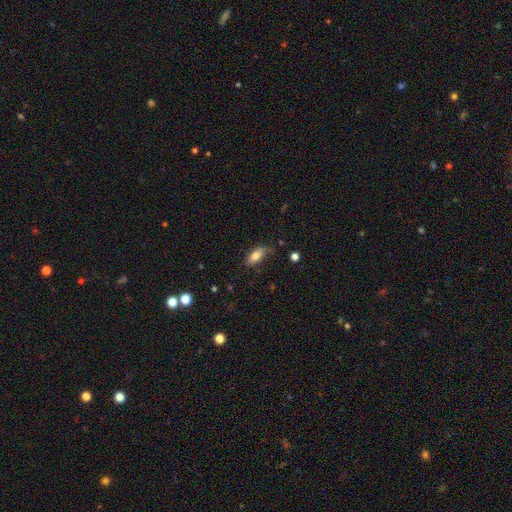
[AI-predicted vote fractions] Overall: smooth (76%). How rounded: in between (81%). Merging: none (67%).